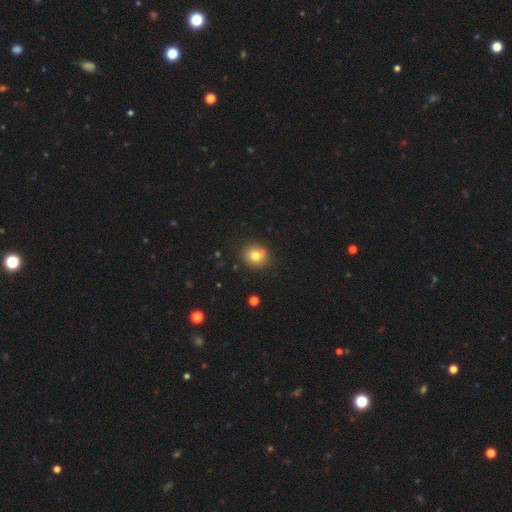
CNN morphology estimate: smooth_or_featured: smooth (p=0.76) [alt: star or artifact p=0.13]
how_rounded: round (p=0.75) [alt: in between p=0.24]
merging: none (p=0.77) [alt: minor disturbance p=0.11]